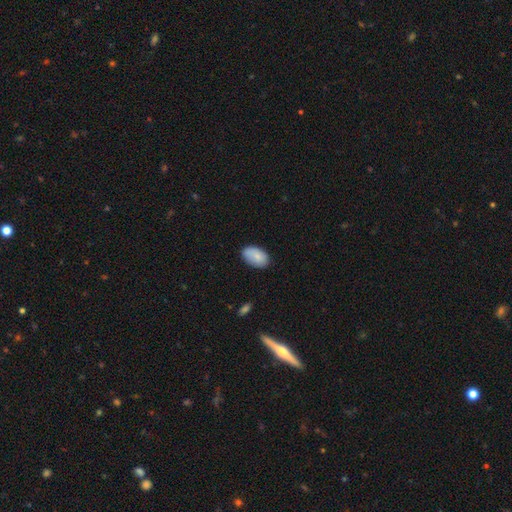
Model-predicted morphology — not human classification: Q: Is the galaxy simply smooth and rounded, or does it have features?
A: smooth — 83%.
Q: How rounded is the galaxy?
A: in between — 93%.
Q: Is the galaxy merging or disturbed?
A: none — 77%.